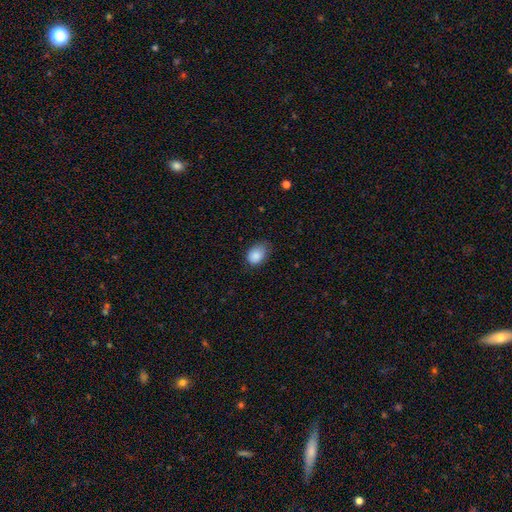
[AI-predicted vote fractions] The model was most divided on "merging": none: 61%, minor disturbance: 32%, major disturbance: 6%, merger: 1%. More confident: smooth or featured — smooth (87%); how rounded — in between (74%).